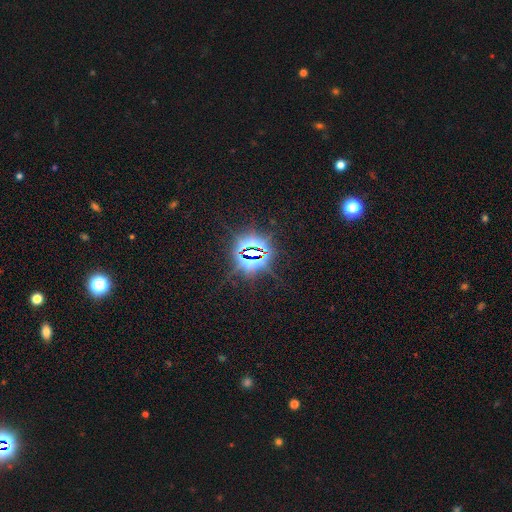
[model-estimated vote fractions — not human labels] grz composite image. It shows a star or artifact, not a galaxy (84%).